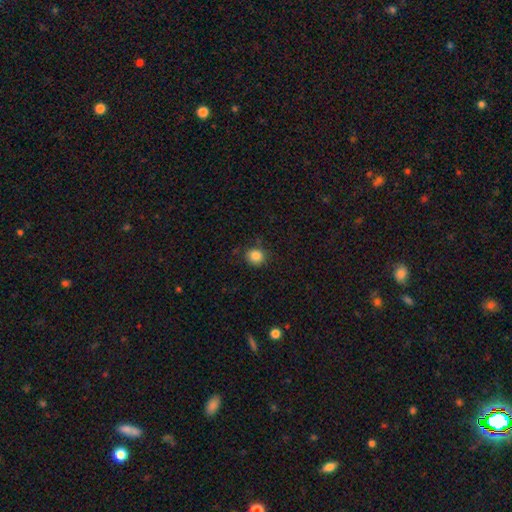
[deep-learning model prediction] The model was most divided on "merging": none: 81%, minor disturbance: 13%, major disturbance: 3%, merger: 2%. More confident: smooth or featured — smooth (85%); how rounded — round (85%).